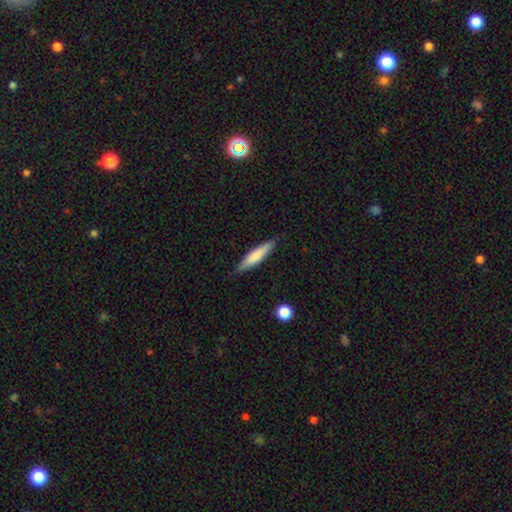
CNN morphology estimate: smooth 70%, featured or disk 25%, star or artifact 6%. Down the decision tree: how rounded — cigar-shaped (86%); merging — none (87%).